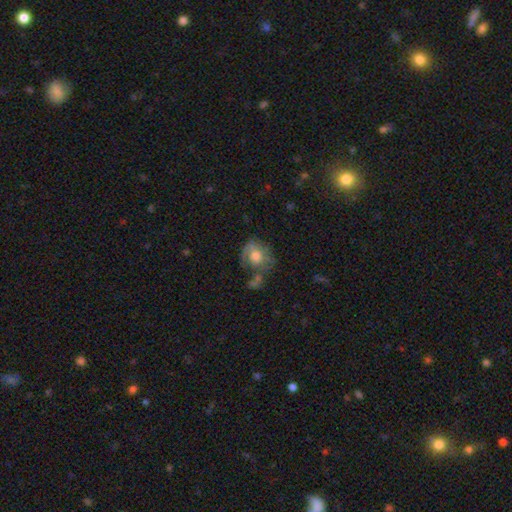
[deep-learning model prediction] A smooth galaxy with no disk features (58%) that is round (69%). Merging: none (41%).